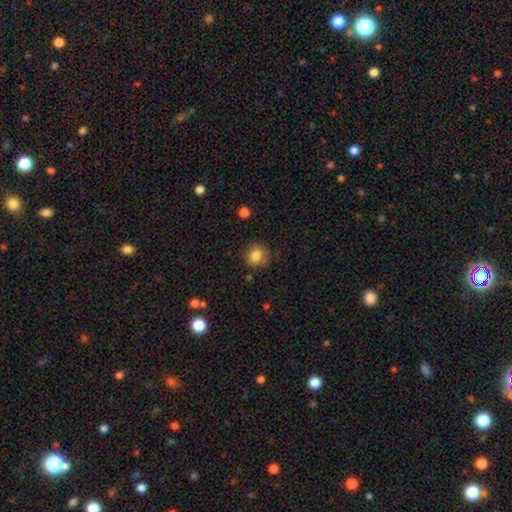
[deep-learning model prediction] This is clearly a smooth galaxy (84%). How rounded: likely round (80%). Merging: likely none (77%).